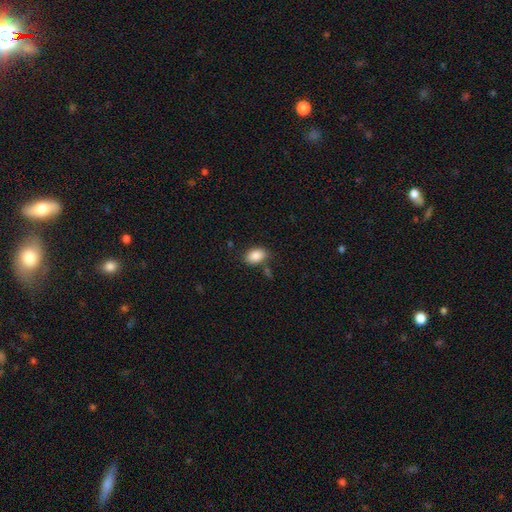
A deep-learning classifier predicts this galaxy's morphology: Overall: smooth (88%). How rounded: in between (87%). Merging: none (78%).